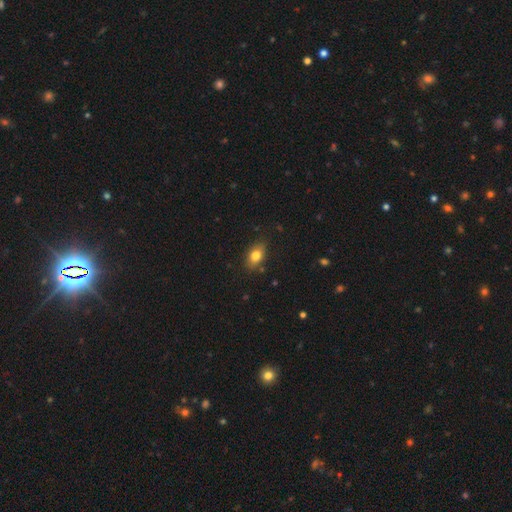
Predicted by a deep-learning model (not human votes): smooth 80%, featured or disk 11%, star or artifact 9%. Down the decision tree: how rounded — in between (82%); merging — none (82%).